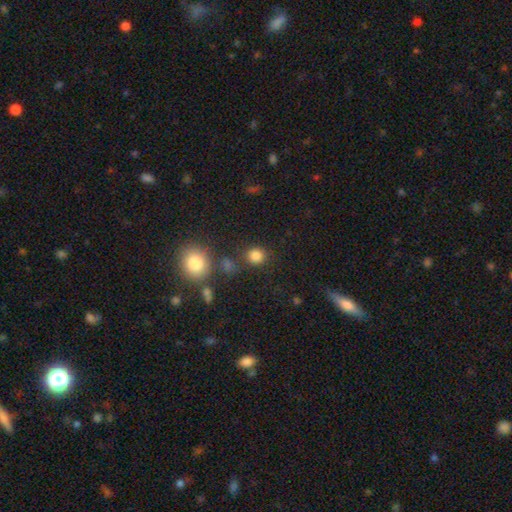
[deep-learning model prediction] smooth-or-featured: smooth: 83% | star or artifact: 12% | featured or disk: 4%
  how-rounded: round: 84% | in between: 15% | cigar-shaped: 1%
  merging: none: 80% | minor disturbance: 9% | merger: 7% | major disturbance: 4%